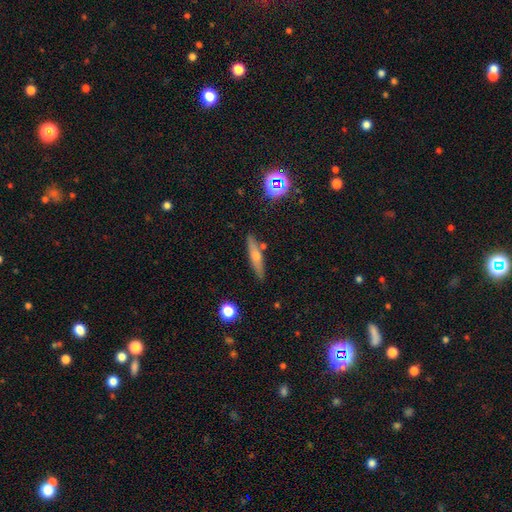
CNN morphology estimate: Smooth or featured? featured or disk (48%)
Merging? none (83%)